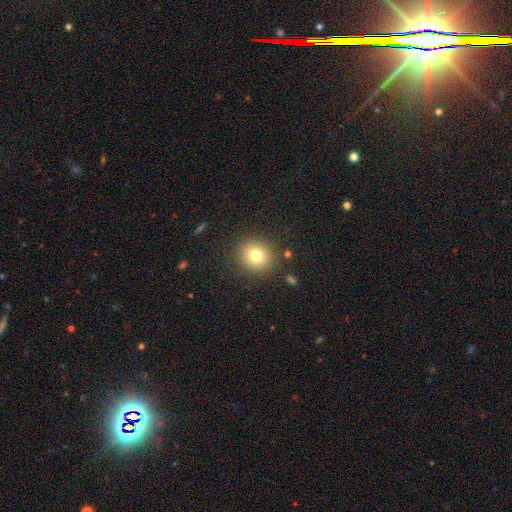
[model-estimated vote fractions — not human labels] The model was most divided on "smooth or featured": smooth: 77%, star or artifact: 13%, featured or disk: 10%. More confident: merging — none (88%); how rounded — round (86%).